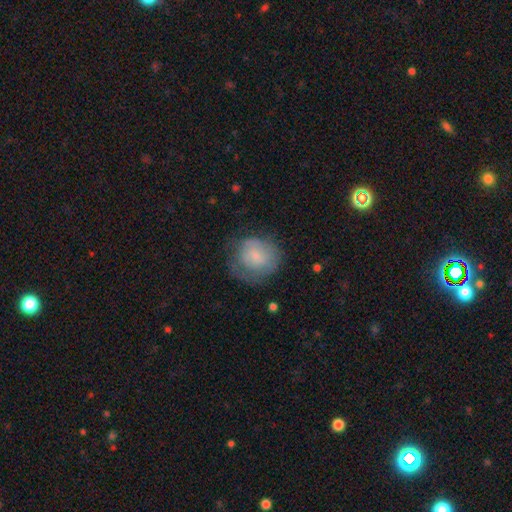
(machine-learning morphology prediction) Smooth or featured?
  - smooth: 66% *
  - featured or disk: 26%
  - star or artifact: 8%
How rounded?
  - round: 80% *
  - in between: 19%
  - cigar-shaped: 1%
Merging?
  - none: 51% *
  - minor disturbance: 28%
  - major disturbance: 20%
  - merger: 2%